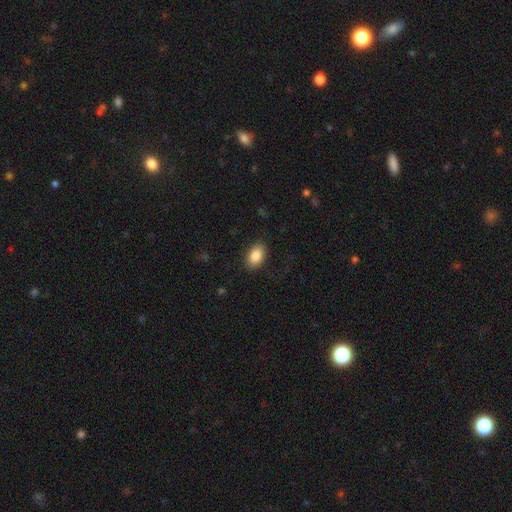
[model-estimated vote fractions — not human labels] Smooth or featured: smooth — 87% (star or artifact — 7%)
How rounded: in between — 89% (round — 9%)
Merging: none — 85% (minor disturbance — 11%)